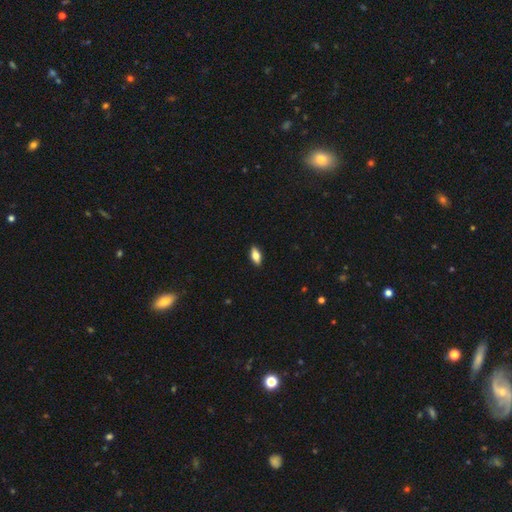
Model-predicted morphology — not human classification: This is likely a smooth galaxy (74%). How rounded: clearly in between (82%). Merging: clearly none (89%).